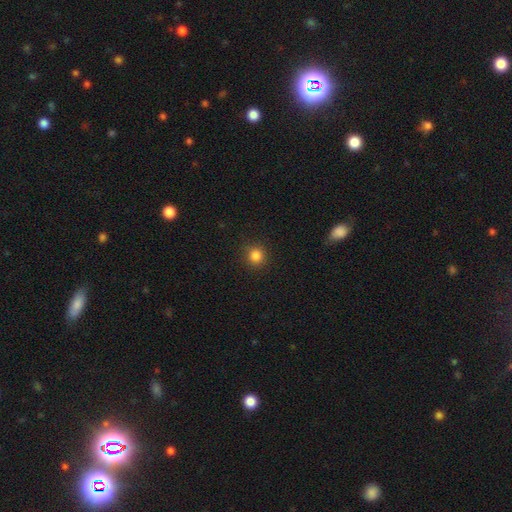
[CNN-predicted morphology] Smooth or featured: smooth — 83% (star or artifact — 13%)
How rounded: round — 93% (in between — 6%)
Merging: none — 91% (minor disturbance — 6%)